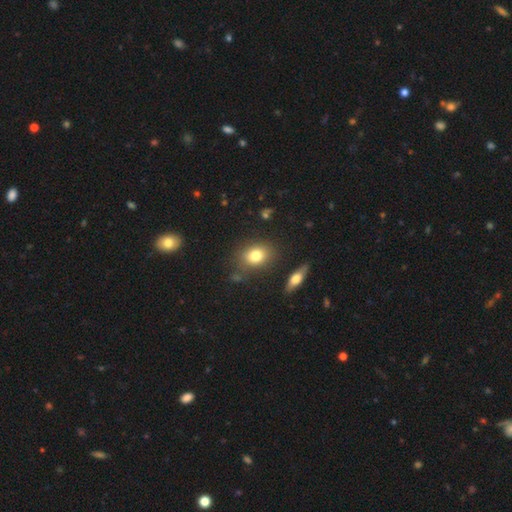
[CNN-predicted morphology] A smooth galaxy with no disk features (79%) that is in between round and cigar-shaped (61%). Merging: none (79%).